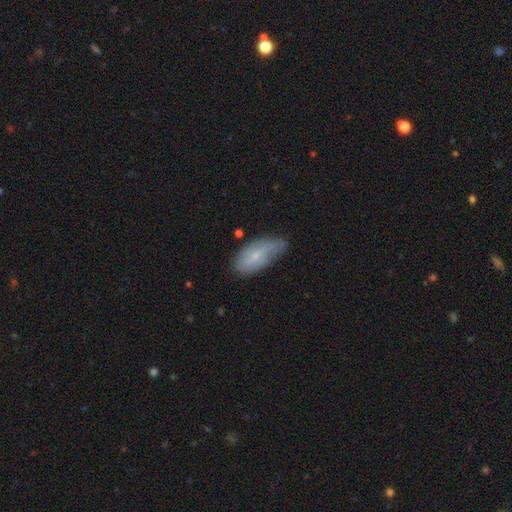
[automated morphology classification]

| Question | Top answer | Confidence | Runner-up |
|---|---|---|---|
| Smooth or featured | smooth | 58% | featured or disk (34%) |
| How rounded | in between | 85% | cigar-shaped (13%) |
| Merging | none | 52% | minor disturbance (35%) |